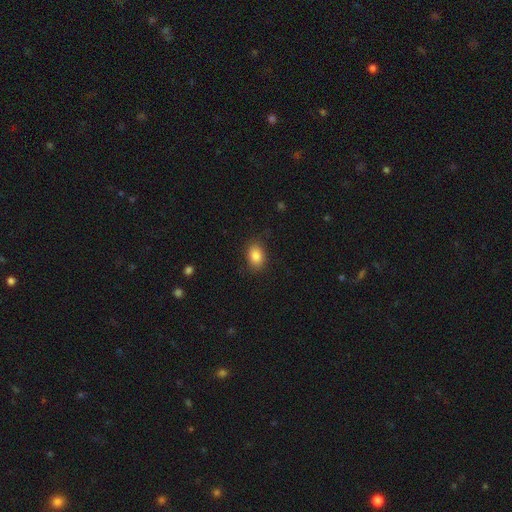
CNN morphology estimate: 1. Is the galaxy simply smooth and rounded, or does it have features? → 86% smooth, 8% star or artifact, 6% featured or disk.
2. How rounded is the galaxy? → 76% in between, 23% round, 1% cigar-shaped.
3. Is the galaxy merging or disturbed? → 83% none, 12% minor disturbance, 3% major disturbance, 1% merger.